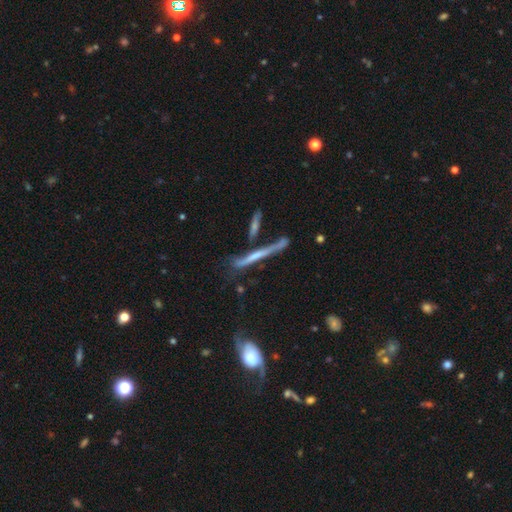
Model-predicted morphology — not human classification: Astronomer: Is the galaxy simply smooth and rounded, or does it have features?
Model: featured or disk — 64%.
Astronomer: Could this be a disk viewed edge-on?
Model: yes — 90%.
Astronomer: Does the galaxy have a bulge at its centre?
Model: none — 59%.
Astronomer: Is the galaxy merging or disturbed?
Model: none — 56%.